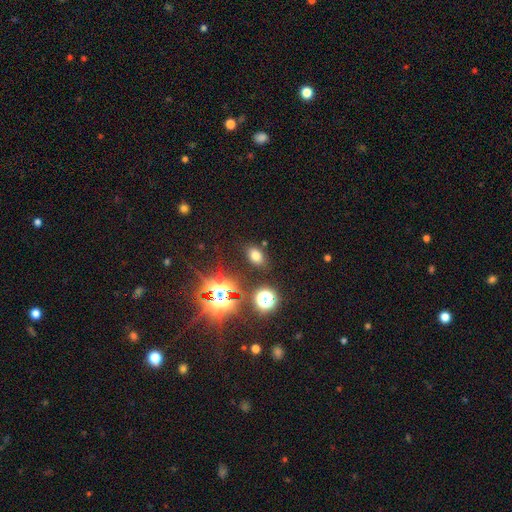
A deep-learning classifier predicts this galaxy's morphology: This is likely a smooth galaxy (67%). How rounded: clearly in between (80%). Merging: clearly none (85%).